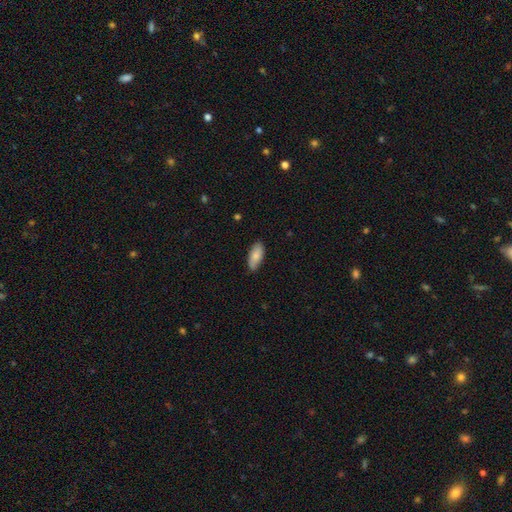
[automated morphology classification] smooth 83%, featured or disk 11%, star or artifact 6%. Down the decision tree: how rounded — in between (87%); merging — none (83%).